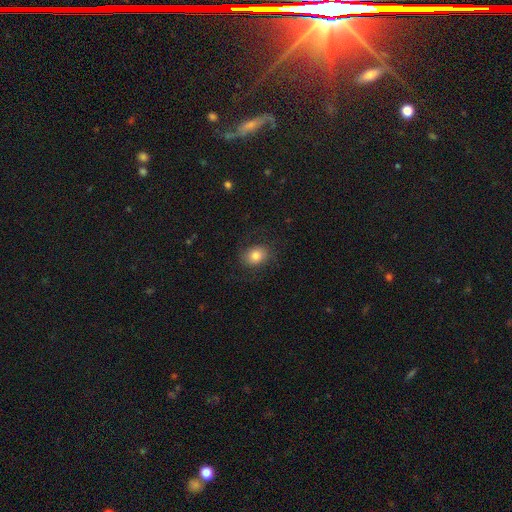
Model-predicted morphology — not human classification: smooth_or_featured: smooth (p=0.78) [alt: featured or disk p=0.13]
how_rounded: in between (p=0.52) [alt: round p=0.47]
merging: none (p=0.77) [alt: minor disturbance p=0.14]